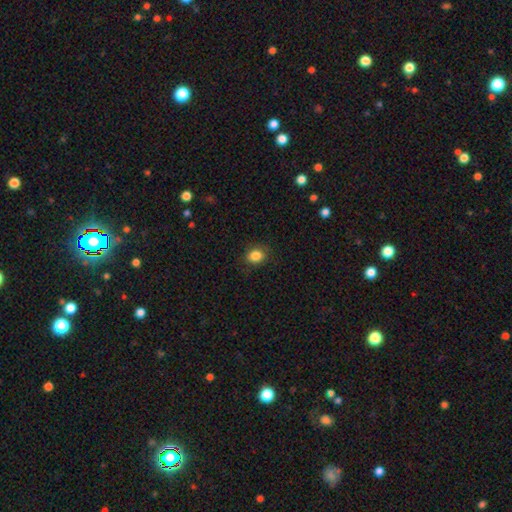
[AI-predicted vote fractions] Overall: smooth (85%). How rounded: round (61%; in between 39%). Merging: none (87%).